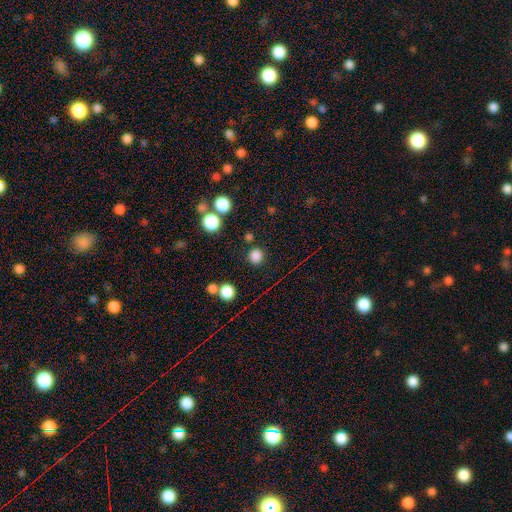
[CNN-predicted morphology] smooth-or-featured: smooth: 79% | star or artifact: 17% | featured or disk: 4%
  how-rounded: round: 90% | in between: 9% | cigar-shaped: 1%
  merging: none: 85% | minor disturbance: 7% | merger: 4% | major disturbance: 3%